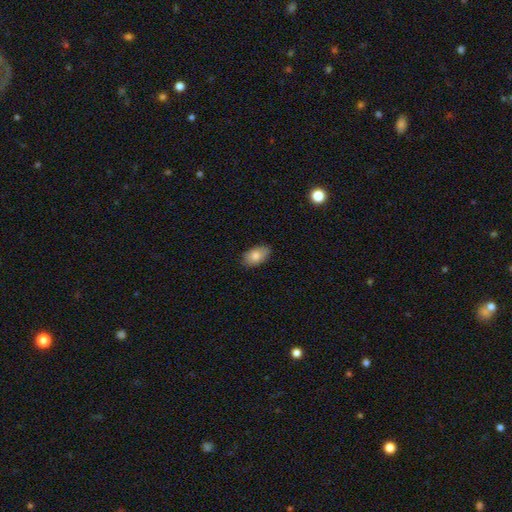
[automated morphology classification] This is clearly a smooth galaxy (83%). How rounded: clearly in between (93%). Merging: clearly none (85%).